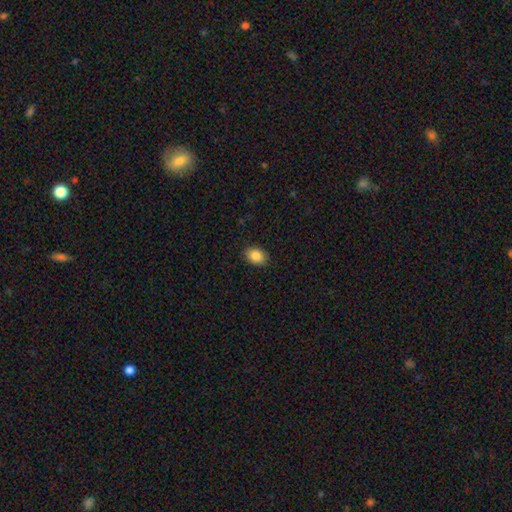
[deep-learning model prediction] A smooth galaxy with no disk features (87%) that is in between round and cigar-shaped (78%).

Vote fractions:
- Smooth or featured? smooth: 87% / star or artifact: 8% / featured or disk: 5%
- How rounded? in between: 78% / round: 21% / cigar-shaped: 1%
- Merging? none: 89% / minor disturbance: 8% / major disturbance: 2% / merger: 1%